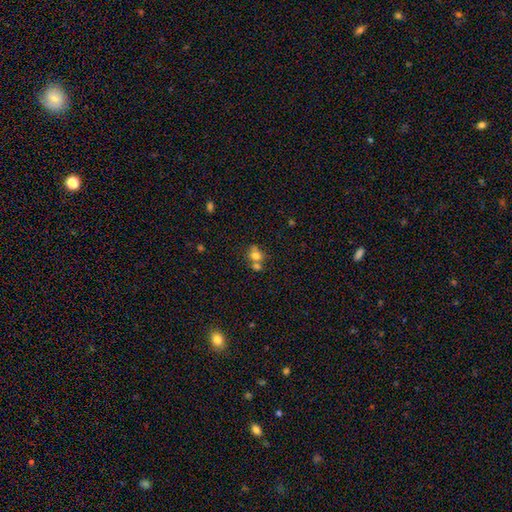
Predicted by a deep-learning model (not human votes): This is likely a smooth galaxy (71%). How rounded: possibly round (56%). Merging: possibly merger (47%).